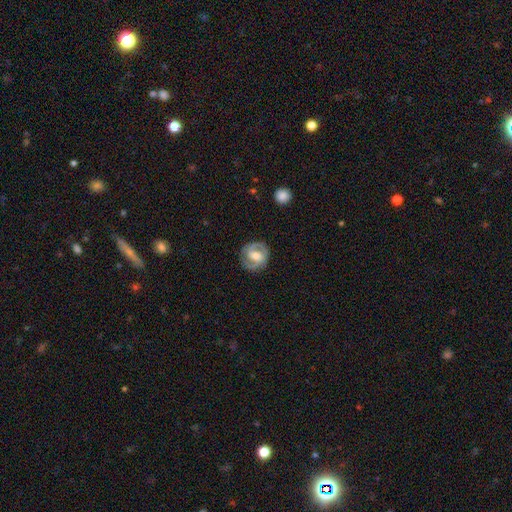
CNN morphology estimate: smooth-or-featured: featured or disk: 78% | smooth: 16% | star or artifact: 6%
  disk-edge-on: no: 97% | yes: 3%
    bar: weak: 46% | no: 30% | strong: 24%
    has-spiral-arms: yes: 92% | no: 8%
      spiral-winding: medium: 45% | tight: 44% | loose: 11%
      spiral-arm-count: 2: 84% | can't tell: 6% | 3: 4% | 1: 3% | 4: 1% | more than 4: 1%
    bulge-size: moderate: 57% | small: 23% | large: 15% | none: 4% | dominant: 2%
  merging: none: 81% | minor disturbance: 13% | major disturbance: 5% | merger: 1%